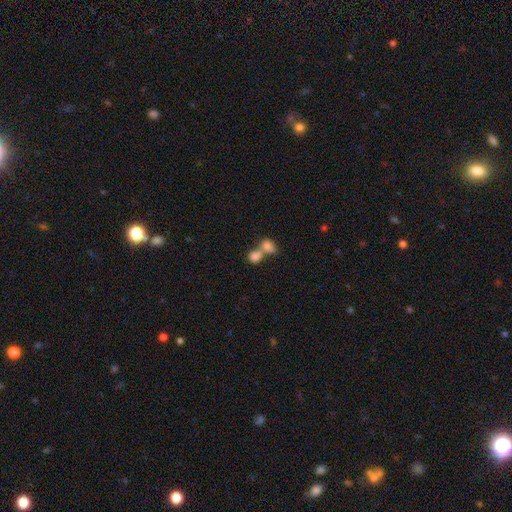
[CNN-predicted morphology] Smooth or featured: smooth — 81% (featured or disk — 10%)
How rounded: round — 50% (in between — 48%)
Merging: merger — 68% (none — 23%)